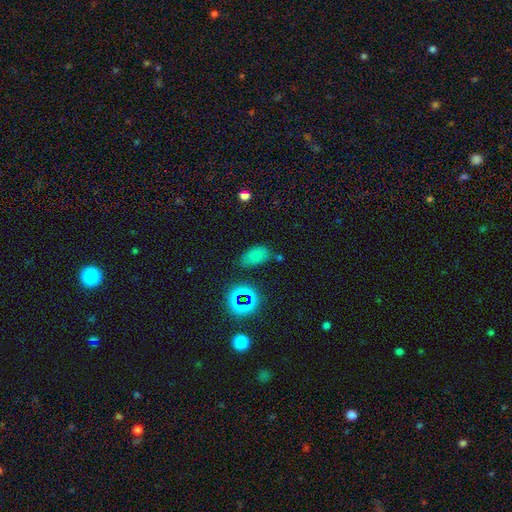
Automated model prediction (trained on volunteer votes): Overall: smooth (69%). How rounded: in between (90%). Merging: none (68%).